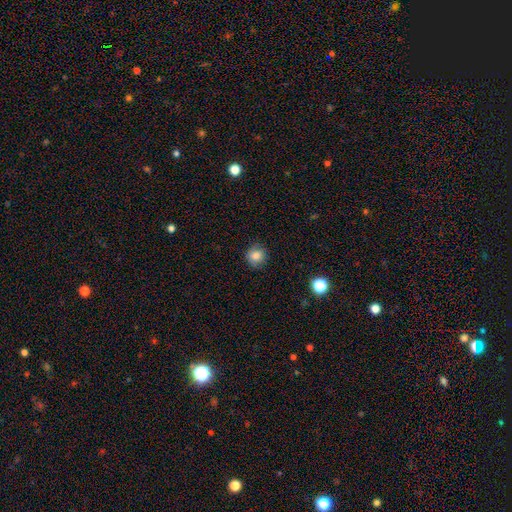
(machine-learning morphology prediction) smooth 81%, star or artifact 11%, featured or disk 7%. Down the decision tree: how rounded — round (88%); merging — none (84%).